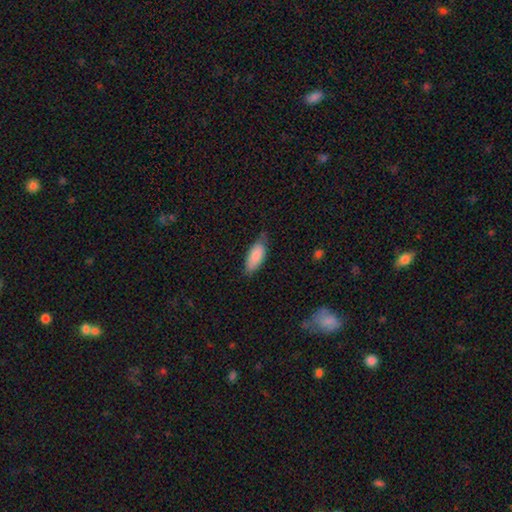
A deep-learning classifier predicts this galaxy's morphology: Overall: smooth (87%). How rounded: in between (82%). Merging: none (63%; minor disturbance 31%).